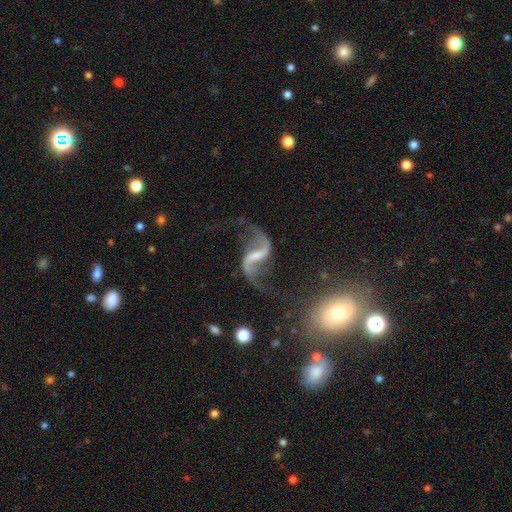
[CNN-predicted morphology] A featured or disk galaxy (91%) with a weak bar (45%), 2 (94%) loose (91%) spiral arms (97%) and a small central bulge (47%).

Vote fractions:
- Smooth or featured? featured or disk: 91% / star or artifact: 5% / smooth: 4%
- Edge-on disk? no: 98% / yes: 2%
- Bar? weak: 45% / strong: 39% / no: 16%
- Spiral arms? yes: 97% / no: 3%
- Spiral winding? loose: 91% / medium: 7% / tight: 2%
- Spiral arm count? 2: 94% / 1: 2% / can't tell: 1% / 3: 1% / 4: 1% / more than 4: 1%
- Bulge size? small: 47% / none: 27% / moderate: 22% / large: 3% / dominant: 1%
- Merging? none: 68% / minor disturbance: 15% / major disturbance: 13% / merger: 4%